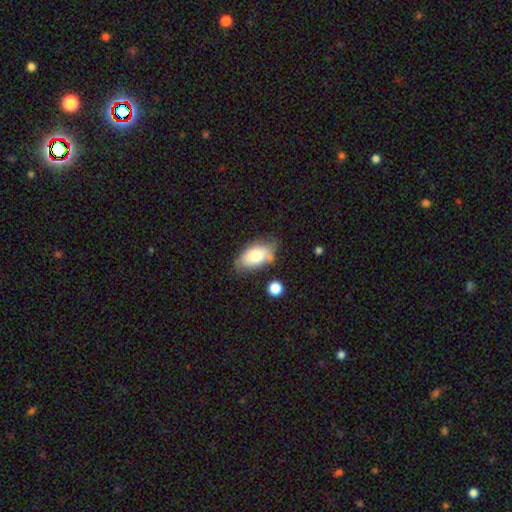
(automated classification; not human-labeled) Smooth or featured? smooth (77%)
How rounded? in between (93%)
Merging? none (63%)